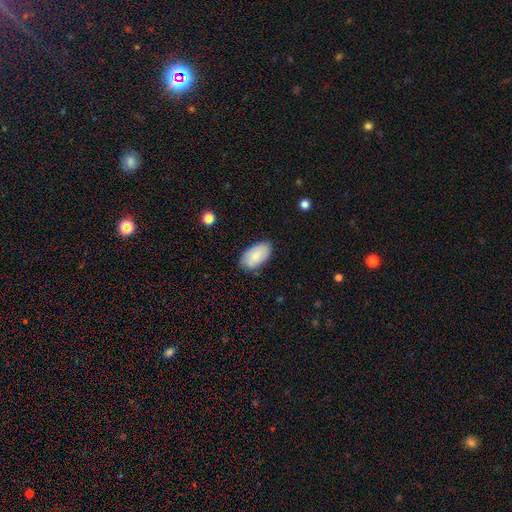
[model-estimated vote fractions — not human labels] A smooth galaxy with no disk features (84%) that is in between round and cigar-shaped (95%). Merging: none (82%).